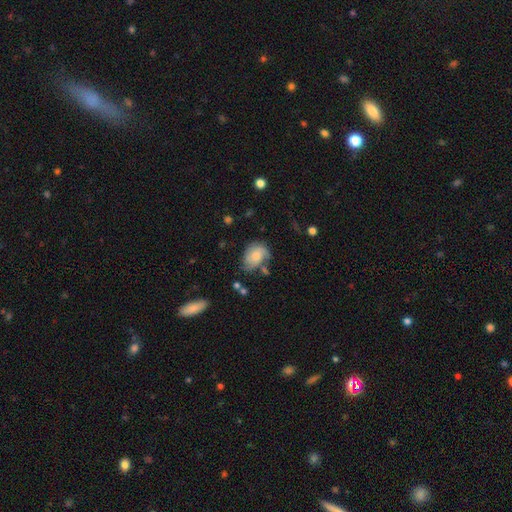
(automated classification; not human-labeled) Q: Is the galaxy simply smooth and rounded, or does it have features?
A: smooth — 52%.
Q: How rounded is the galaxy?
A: in between — 69%.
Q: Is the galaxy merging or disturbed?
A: none — 47%.